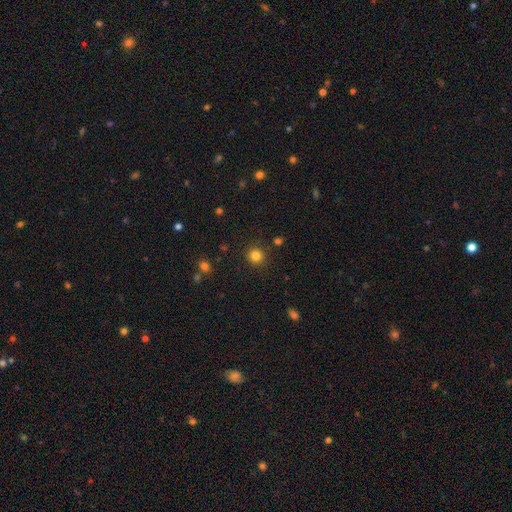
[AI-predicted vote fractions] Overall: smooth (82%). How rounded: round (92%). Merging: none (89%).